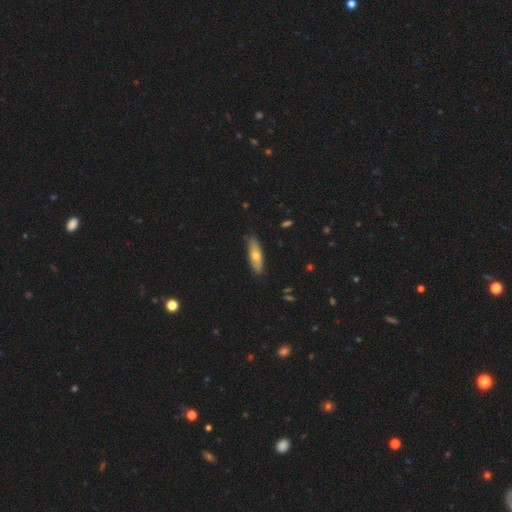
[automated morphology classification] smooth-or-featured: smooth: 61% | featured or disk: 33% | star or artifact: 6%
  how-rounded: in between: 50% | cigar-shaped: 48% | round: 2%
  merging: none: 83% | minor disturbance: 14% | major disturbance: 2% | merger: 1%